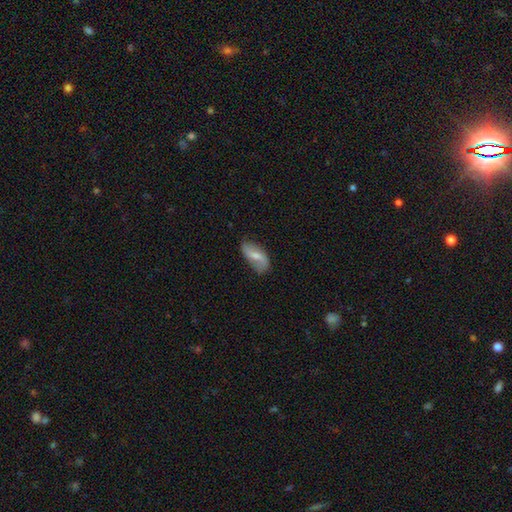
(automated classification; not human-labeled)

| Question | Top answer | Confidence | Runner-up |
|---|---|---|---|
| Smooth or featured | smooth | 47% | featured or disk (46%) |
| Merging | none | 62% | minor disturbance (28%) |